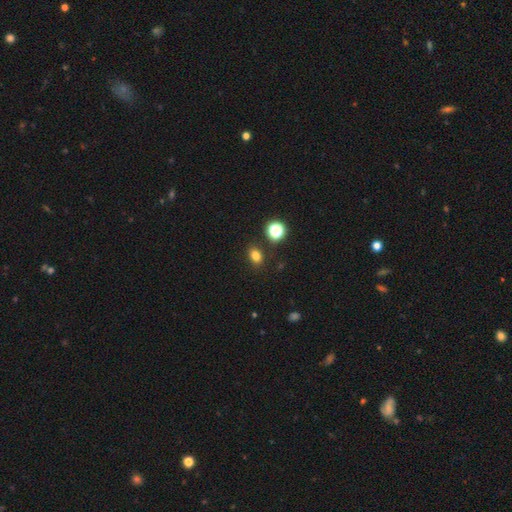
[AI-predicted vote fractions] smooth_or_featured: smooth (p=0.78) [alt: star or artifact p=0.15]
how_rounded: in between (p=0.66) [alt: round p=0.32]
merging: none (p=0.84) [alt: minor disturbance p=0.09]